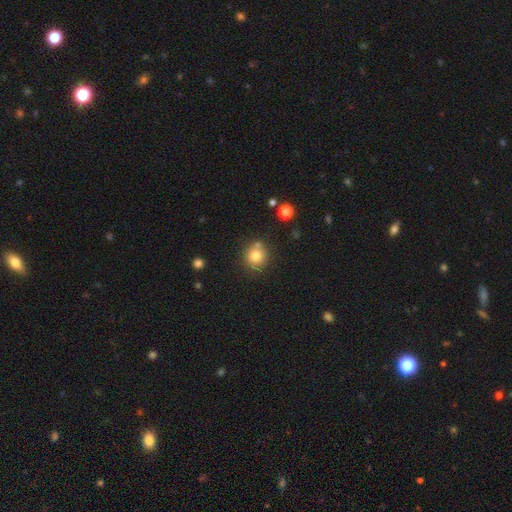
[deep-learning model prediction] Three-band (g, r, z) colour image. It shows a smooth galaxy with no disk features (79%) that is round (88%). Merging: none (73%).